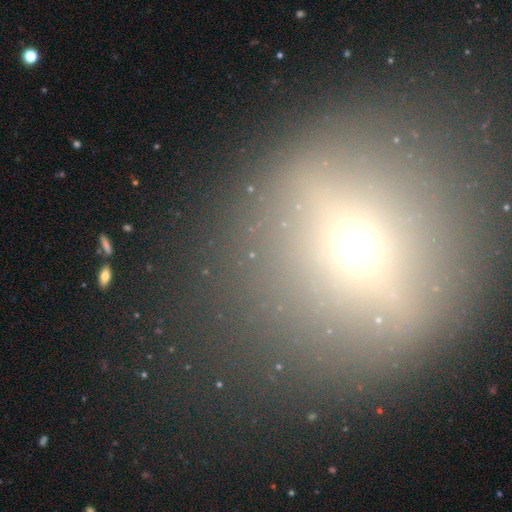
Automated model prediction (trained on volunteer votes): This is possibly a smooth galaxy (46%). Merging: clearly none (83%).